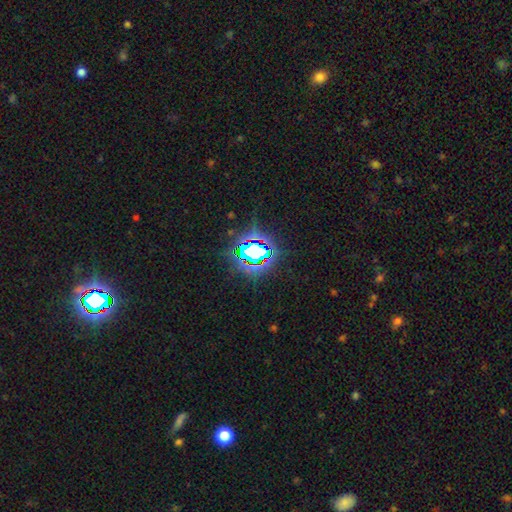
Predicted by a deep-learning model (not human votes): A star or artifact, not a galaxy (80%).